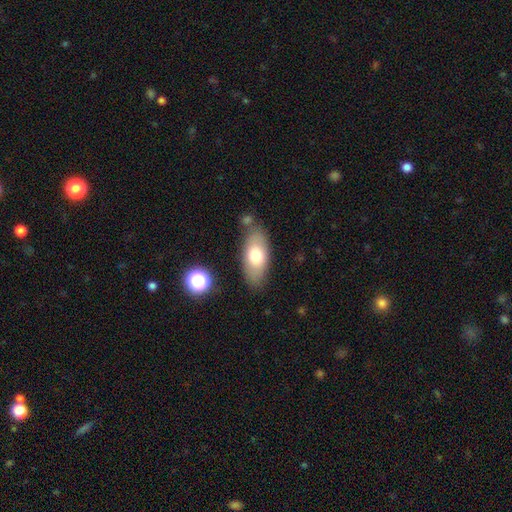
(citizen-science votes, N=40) This is likely a smooth galaxy (78%). How rounded: likely in between (77%). Merging: clearly none (90%).